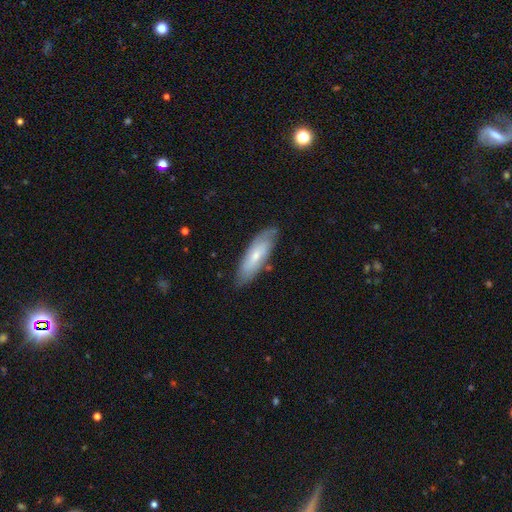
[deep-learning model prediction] Overall: smooth (49%; featured or disk 46%). Merging: none (79%).